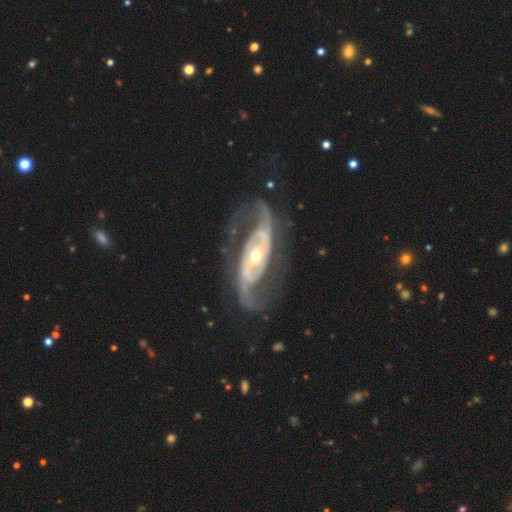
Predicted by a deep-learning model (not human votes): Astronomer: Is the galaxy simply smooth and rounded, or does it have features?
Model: featured or disk — 91%.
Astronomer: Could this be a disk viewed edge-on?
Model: no — 95%.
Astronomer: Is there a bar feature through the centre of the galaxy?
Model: no — 48% (runner-up: weak, 28%).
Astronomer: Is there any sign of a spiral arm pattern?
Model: yes — 95%.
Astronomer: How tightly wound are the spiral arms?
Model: medium — 48% (runner-up: loose, 31%).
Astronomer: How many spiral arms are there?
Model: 2 — 89%.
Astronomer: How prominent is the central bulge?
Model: moderate — 63%.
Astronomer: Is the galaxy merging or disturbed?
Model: none — 71%.